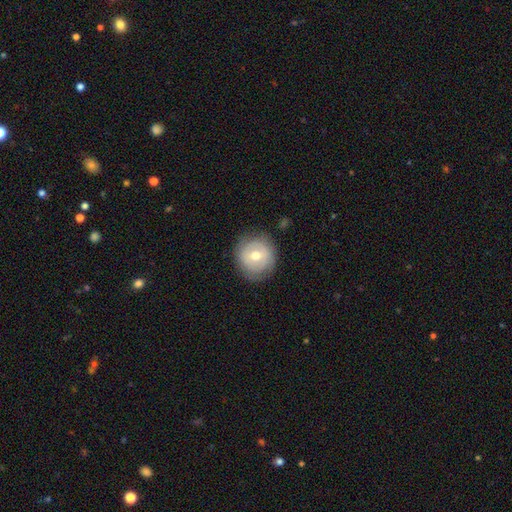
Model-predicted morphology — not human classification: smooth-or-featured: smooth: 49% | featured or disk: 43% | star or artifact: 8%
  merging: none: 81% | minor disturbance: 14% | major disturbance: 4% | merger: 1%